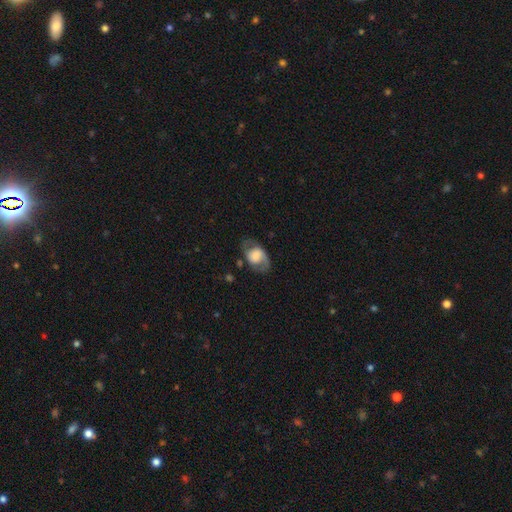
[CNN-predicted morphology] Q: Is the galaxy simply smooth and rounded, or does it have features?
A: featured or disk — 63%.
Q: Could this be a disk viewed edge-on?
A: no — 95%.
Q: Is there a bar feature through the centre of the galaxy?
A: no — 61%.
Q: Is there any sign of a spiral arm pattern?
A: yes — 82%.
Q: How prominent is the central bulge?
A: large — 37%.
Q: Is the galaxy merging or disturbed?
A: none — 68%.